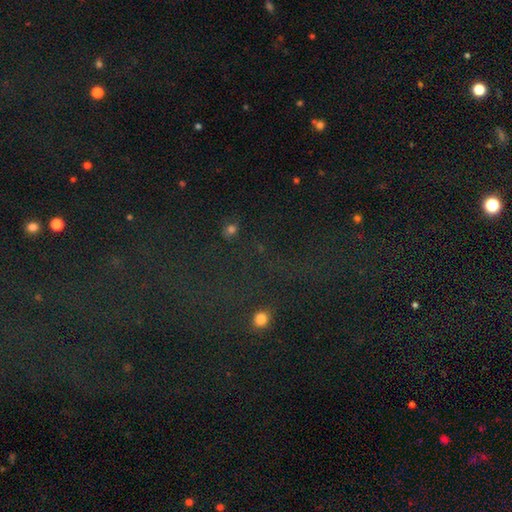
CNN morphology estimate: star or artifact 70%, smooth 18%, featured or disk 12%.